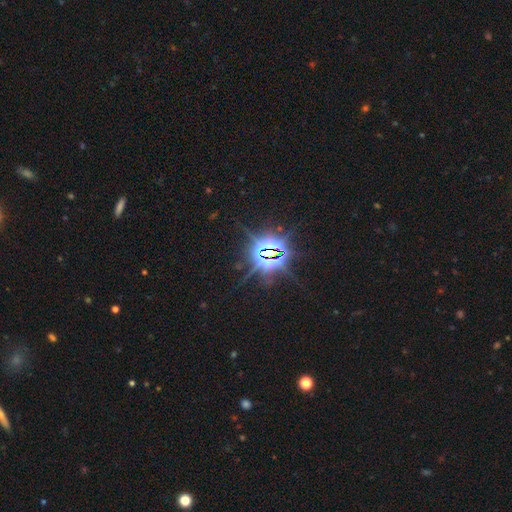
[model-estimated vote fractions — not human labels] smooth-or-featured: star or artifact: 87% | featured or disk: 7% | smooth: 6%